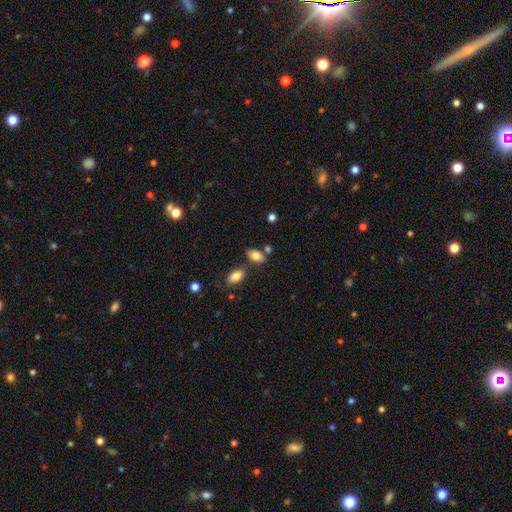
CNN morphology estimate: Smooth or featured? smooth (83%)
How rounded? in between (89%)
Merging? none (66%)